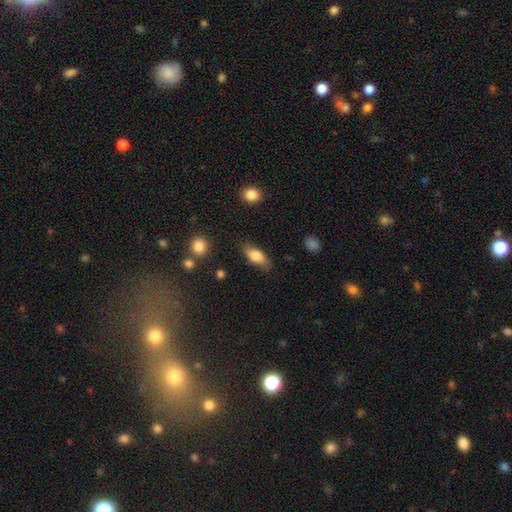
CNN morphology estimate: This is likely a smooth galaxy (76%). How rounded: likely in between (78%). Merging: likely none (78%).